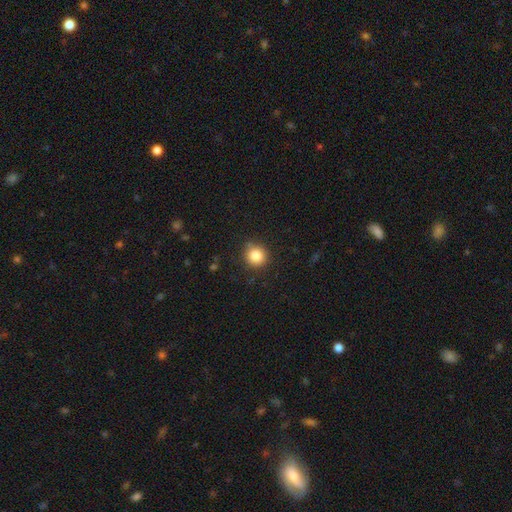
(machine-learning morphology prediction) Q: Smooth or featured?
A: smooth (84%); runner-up: star or artifact (11%)
Q: How rounded?
A: round (92%); runner-up: in between (7%)
Q: Merging?
A: none (87%); runner-up: minor disturbance (9%)